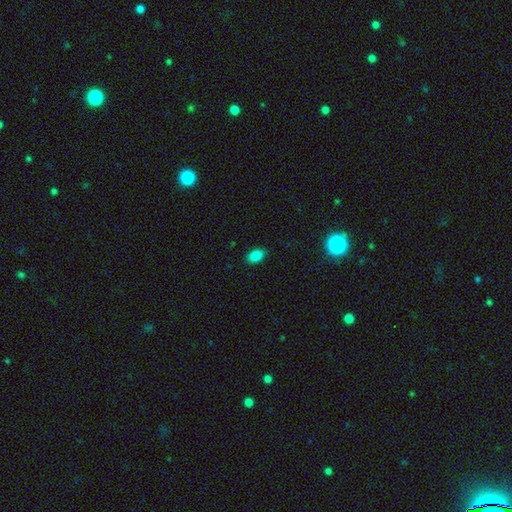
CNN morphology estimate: A smooth galaxy with no disk features (84%) that is in between round and cigar-shaped (85%).

Vote fractions:
- Smooth or featured? smooth: 84% / star or artifact: 11% / featured or disk: 5%
- How rounded? in between: 85% / round: 14% / cigar-shaped: 2%
- Merging? none: 86% / minor disturbance: 10% / major disturbance: 2% / merger: 1%